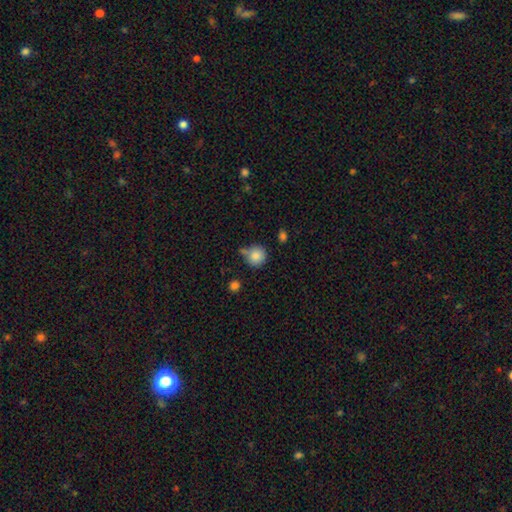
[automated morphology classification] Smooth or featured? Predicted: smooth (p=0.85). How rounded? Predicted: round (p=0.92). Merging? Predicted: none (p=0.65).